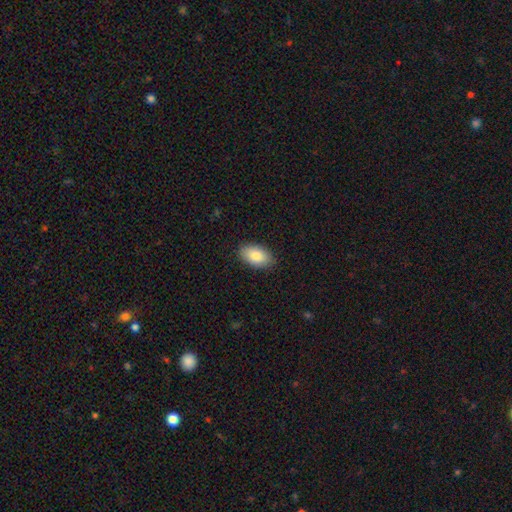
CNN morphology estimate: smooth 84%, featured or disk 9%, star or artifact 7%. Down the decision tree: how rounded — in between (92%); merging — none (87%).